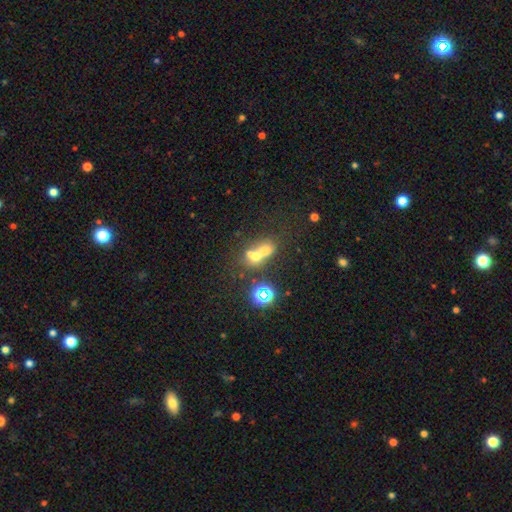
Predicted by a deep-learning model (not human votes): smooth 52%, featured or disk 26%, star or artifact 23%. Down the decision tree: how rounded — in between (48%); merging — merger (62%).